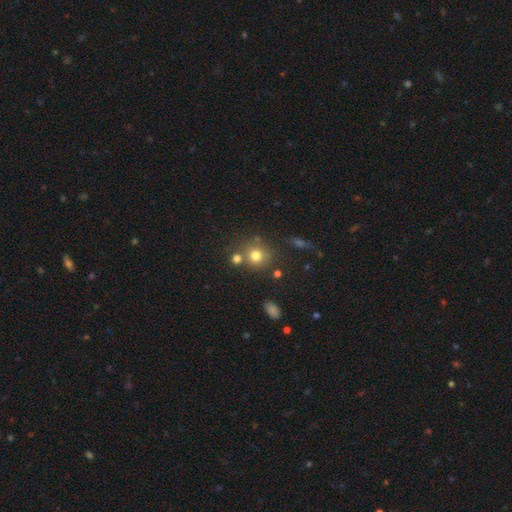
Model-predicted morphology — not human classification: A smooth galaxy with no disk features (74%) that is round (87%). Merging: none (67%).